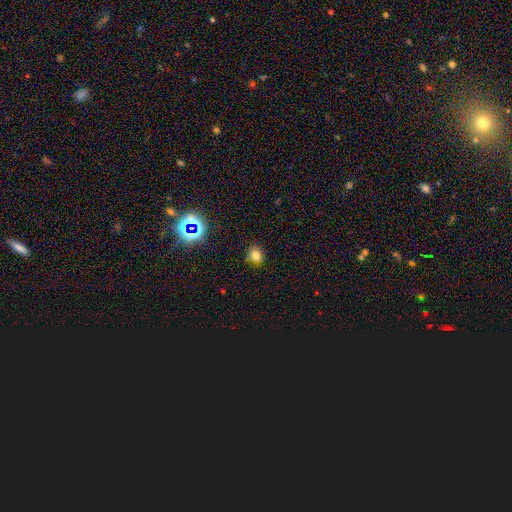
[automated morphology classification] A smooth galaxy with no disk features (73%) that is round (56%). Merging: none (78%).